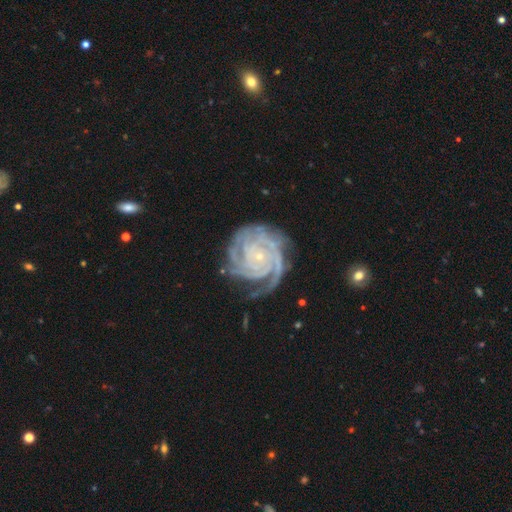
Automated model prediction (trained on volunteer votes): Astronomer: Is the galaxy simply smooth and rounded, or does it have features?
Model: featured or disk — 87%.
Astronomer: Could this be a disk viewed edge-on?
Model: no — 97%.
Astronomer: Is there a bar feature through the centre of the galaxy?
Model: no — 74%.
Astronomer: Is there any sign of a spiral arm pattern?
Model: yes — 98%.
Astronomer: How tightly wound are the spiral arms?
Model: tight — 81%.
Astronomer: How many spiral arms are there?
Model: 4 — 25% (runner-up: 3, 22%).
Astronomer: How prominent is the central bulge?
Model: small — 81%.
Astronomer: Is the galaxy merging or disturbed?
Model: none — 70%.